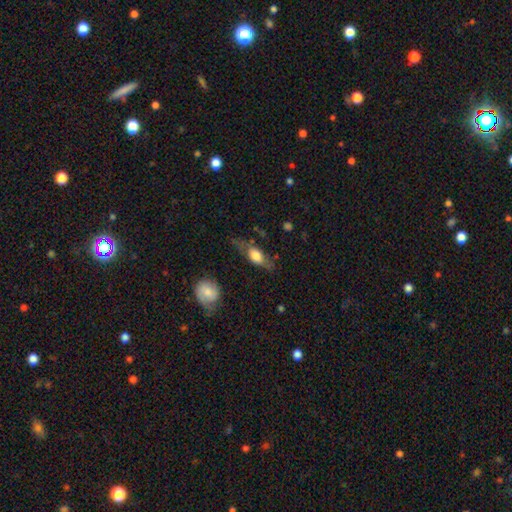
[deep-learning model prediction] This is possibly a smooth galaxy (58%). How rounded: likely in between (71%). Merging: possibly none (59%).